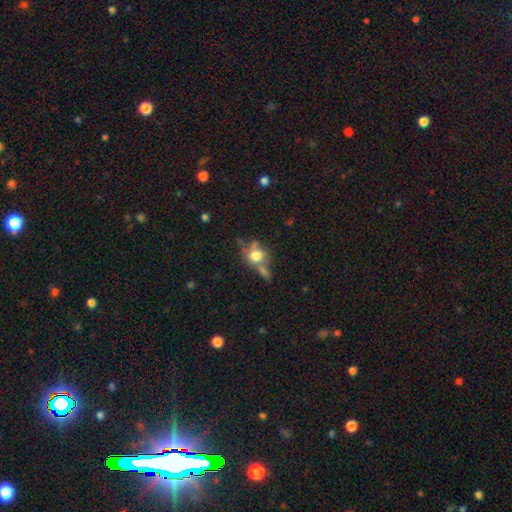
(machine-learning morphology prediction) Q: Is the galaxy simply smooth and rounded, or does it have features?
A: smooth — 65%.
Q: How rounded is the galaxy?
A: round — 65%.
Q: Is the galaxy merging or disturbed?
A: none — 47%.